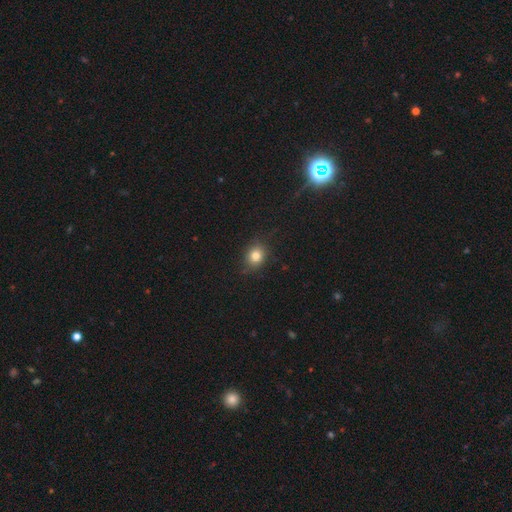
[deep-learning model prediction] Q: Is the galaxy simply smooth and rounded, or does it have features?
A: smooth — 80%.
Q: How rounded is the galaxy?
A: round — 61%.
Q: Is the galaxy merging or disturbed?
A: none — 80%.